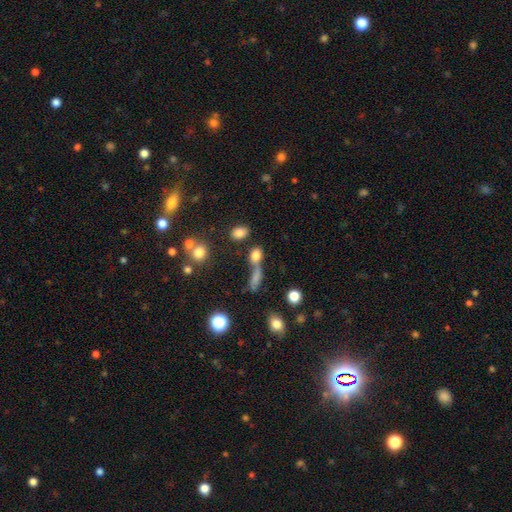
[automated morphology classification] This is likely a smooth galaxy (74%). How rounded: possibly in between (56%). Merging: marginally merger (41%).